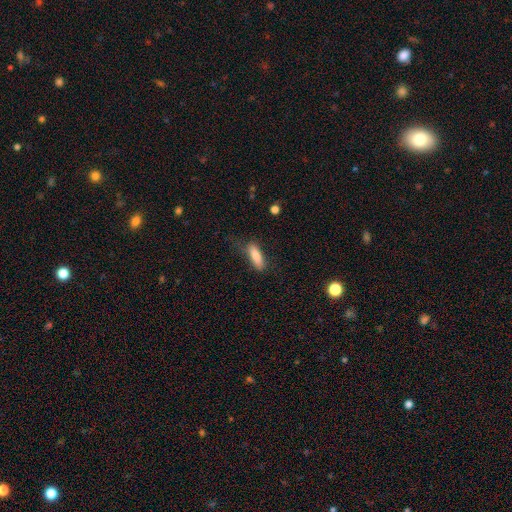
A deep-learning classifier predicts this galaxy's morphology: The model was most divided on "how rounded": in between: 55%, cigar-shaped: 43%, round: 2%. More confident: smooth or featured — smooth (84%); merging — none (64%).